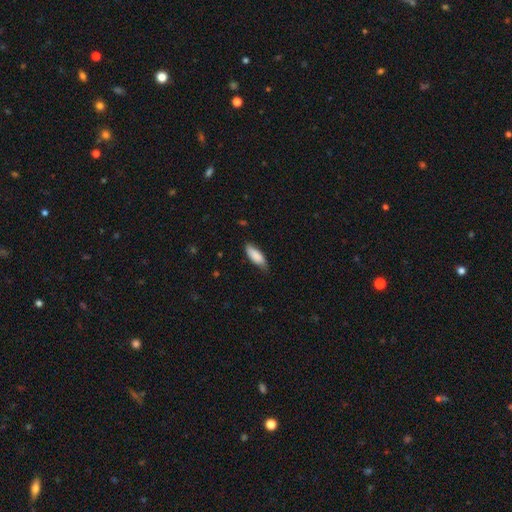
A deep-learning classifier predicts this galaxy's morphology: Smooth or featured: smooth — 86% (featured or disk — 8%)
How rounded: in between — 71% (cigar-shaped — 27%)
Merging: none — 70% (minor disturbance — 25%)